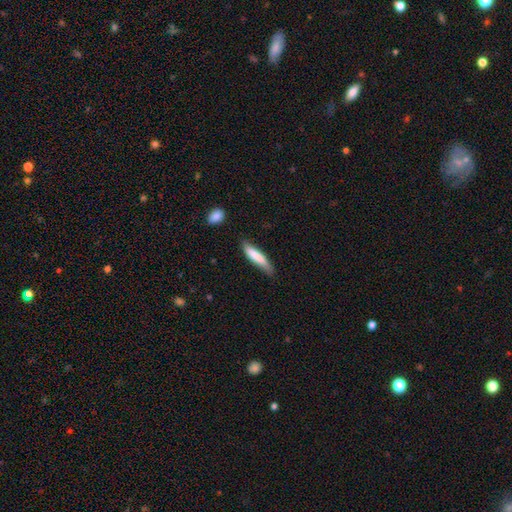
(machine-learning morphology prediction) Q: Smooth or featured?
A: smooth (79%); runner-up: featured or disk (15%)
Q: How rounded?
A: cigar-shaped (81%); runner-up: in between (17%)
Q: Merging?
A: none (60%); runner-up: minor disturbance (30%)